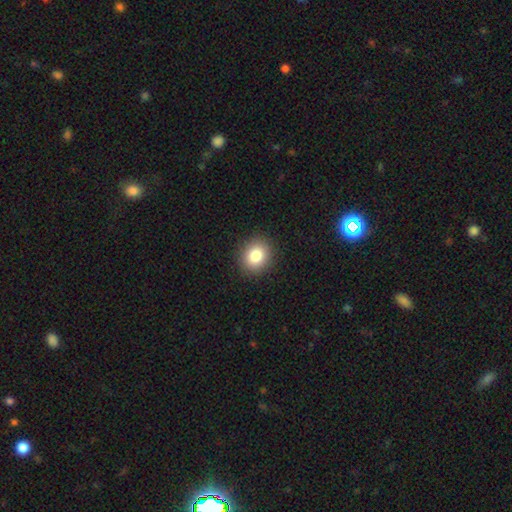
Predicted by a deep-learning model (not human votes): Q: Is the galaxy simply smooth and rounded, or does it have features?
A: smooth — 82%.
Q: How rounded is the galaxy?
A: round — 72%.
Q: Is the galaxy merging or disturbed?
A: none — 91%.